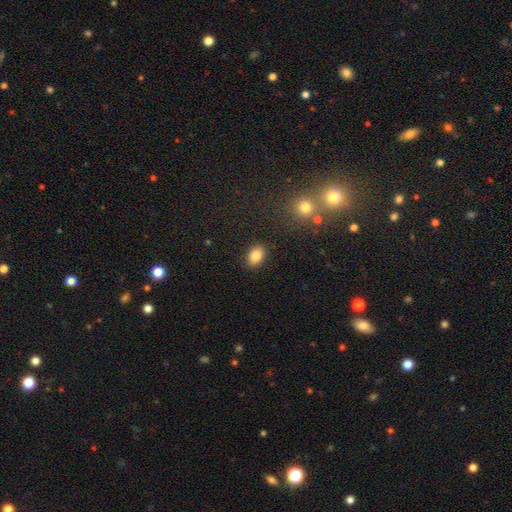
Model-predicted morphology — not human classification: Q: Smooth or featured?
A: smooth (84%); runner-up: star or artifact (9%)
Q: How rounded?
A: in between (76%); runner-up: round (22%)
Q: Merging?
A: none (88%); runner-up: minor disturbance (8%)